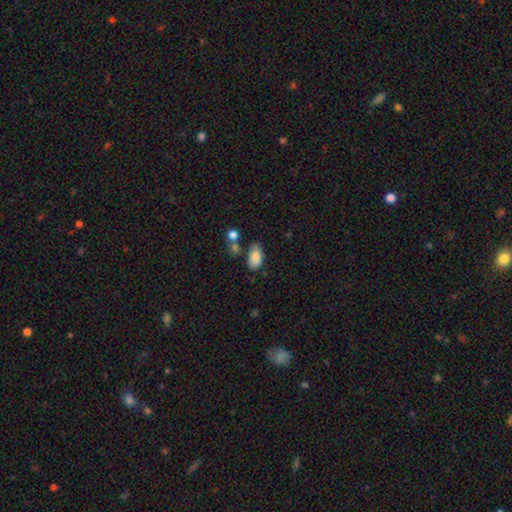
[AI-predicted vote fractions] A smooth galaxy with no disk features (85%) that is in between round and cigar-shaped (93%). Merging: none (59%).